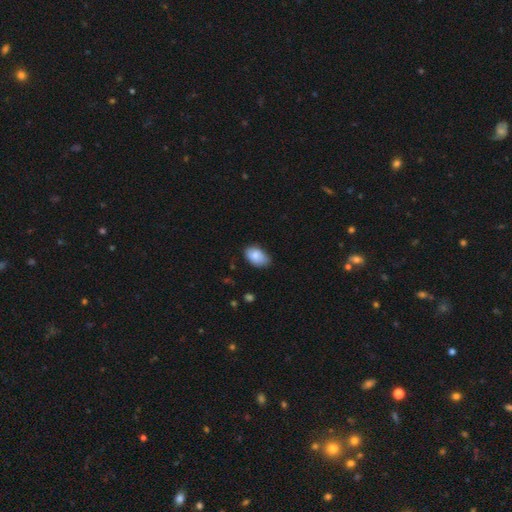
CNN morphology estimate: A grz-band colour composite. It shows a smooth galaxy with no disk features (82%) that is in between round and cigar-shaped (89%). Merging: none (64%).